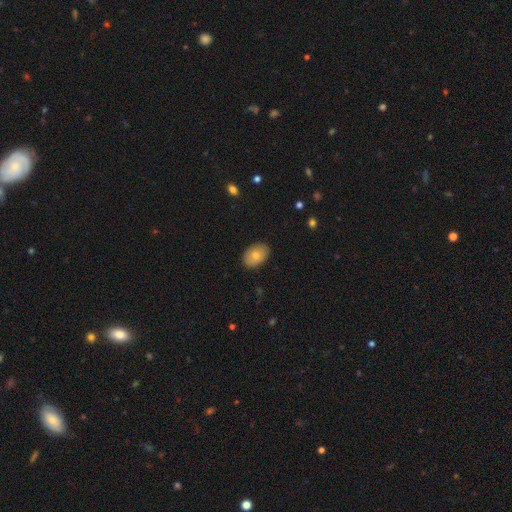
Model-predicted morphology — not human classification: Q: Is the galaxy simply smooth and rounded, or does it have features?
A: smooth — 77%.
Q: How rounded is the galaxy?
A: in between — 85%.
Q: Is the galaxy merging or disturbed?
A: none — 87%.